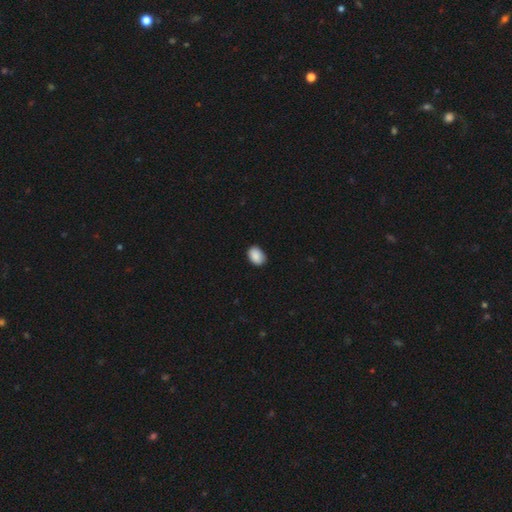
smooth-or-featured: smooth: 95% | star or artifact: 5% | featured or disk: 0%
  how-rounded: in between: 81% | round: 19% | cigar-shaped: 0%
  merging: none: 78% | minor disturbance: 22% | major disturbance: 0% | merger: 0%